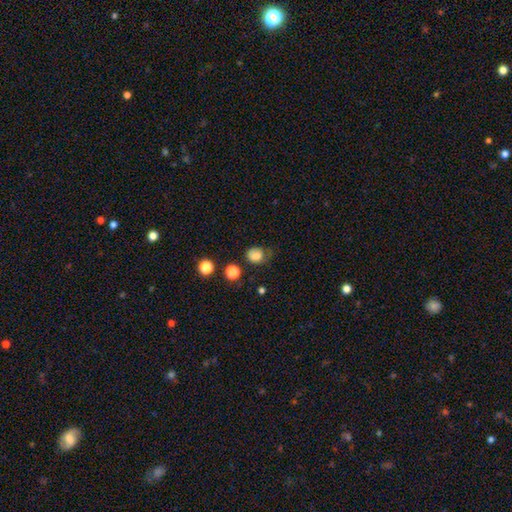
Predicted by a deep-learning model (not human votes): smooth_or_featured: smooth (p=0.81) [alt: star or artifact p=0.12]
how_rounded: round (p=0.63) [alt: in between p=0.36]
merging: none (p=0.53) [alt: minor disturbance p=0.32]